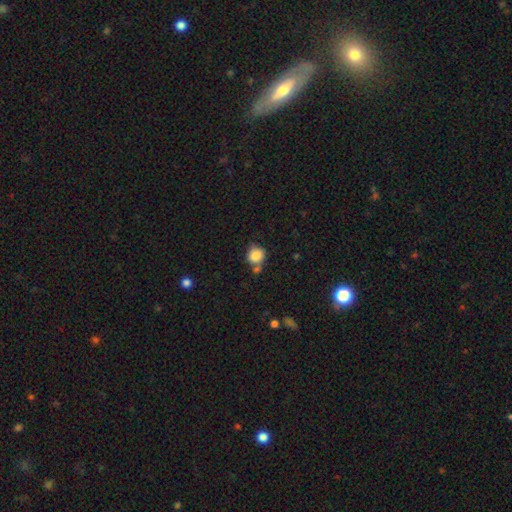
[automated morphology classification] Smooth or featured?
  - smooth: 84% *
  - star or artifact: 9%
  - featured or disk: 7%
How rounded?
  - round: 81% *
  - in between: 18%
  - cigar-shaped: 1%
Merging?
  - none: 56% *
  - merger: 21%
  - minor disturbance: 18%
  - major disturbance: 5%